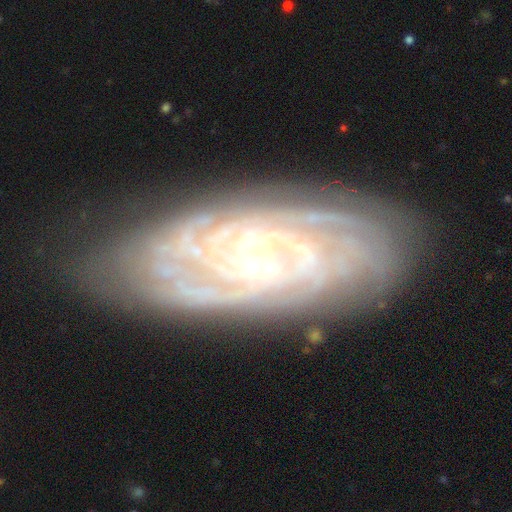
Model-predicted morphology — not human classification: The model was most divided on "bar": weak: 44%, no: 33%, strong: 23%. Remaining: spiral arms — yes (97%); edge-on disk — no (93%); smooth or featured — featured or disk (88%); merging — none (79%); spiral winding — tight (77%); bulge size — small (60%); spiral arm count — can't tell (31%).